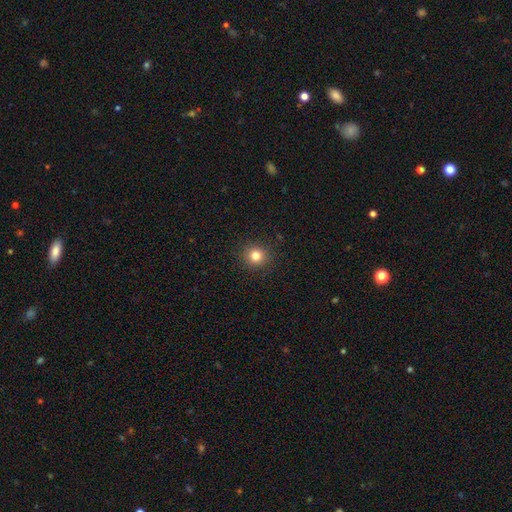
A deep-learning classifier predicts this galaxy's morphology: Overall: smooth (82%). How rounded: round (91%). Merging: none (91%).